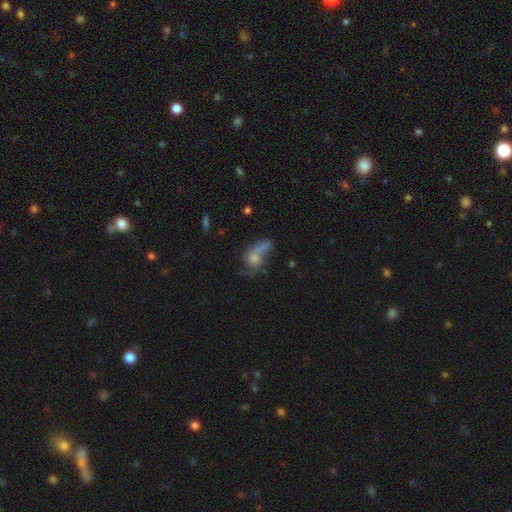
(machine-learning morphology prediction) Smooth or featured? Predicted: smooth (p=0.50). How rounded? Predicted: in between (p=0.54). Merging? Predicted: none (p=0.31).